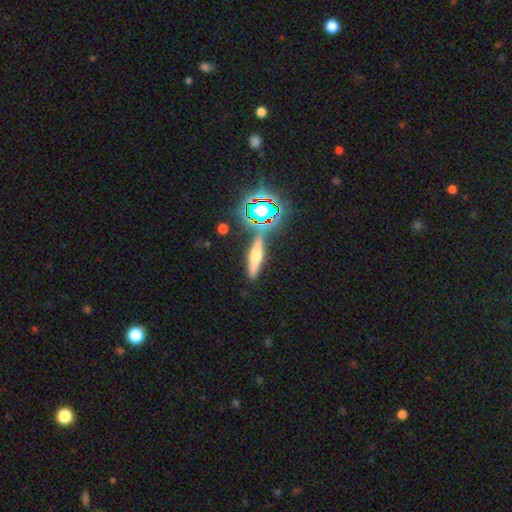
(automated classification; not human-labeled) A featured or disk galaxy (45%). Merging: none (79%).